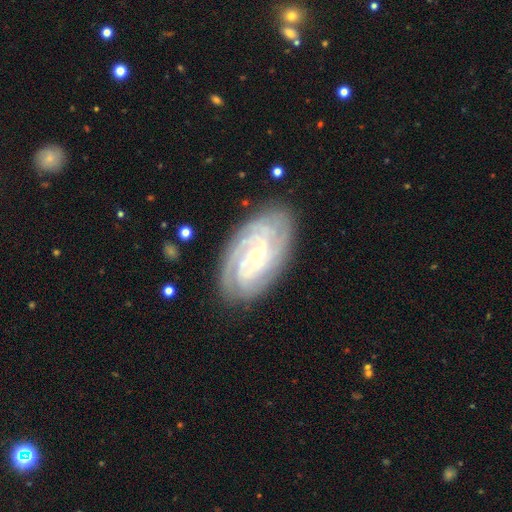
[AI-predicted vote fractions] Smooth or featured? Predicted: featured or disk (p=0.88). Edge-on disk? Predicted: no (p=0.96). Bar? Predicted: no (p=0.63). Spiral arms? Predicted: yes (p=0.98). Spiral winding? Predicted: tight (p=0.78). Spiral arm count? Predicted: 3 (p=0.27). Bulge size? Predicted: small (p=0.77). Merging? Predicted: none (p=0.80).